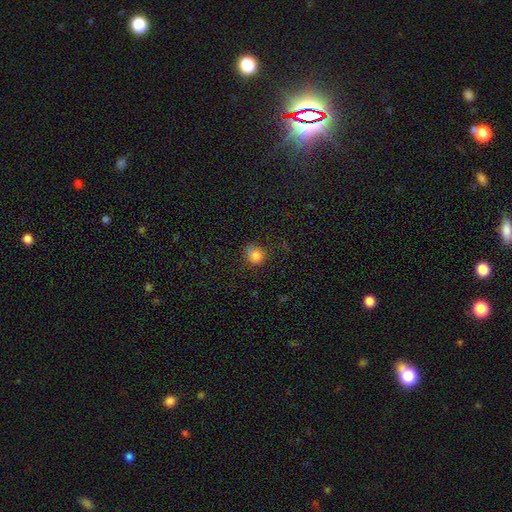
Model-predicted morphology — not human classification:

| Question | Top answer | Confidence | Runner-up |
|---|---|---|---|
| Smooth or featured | smooth | 83% | star or artifact (12%) |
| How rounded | round | 77% | in between (22%) |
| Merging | none | 76% | minor disturbance (17%) |